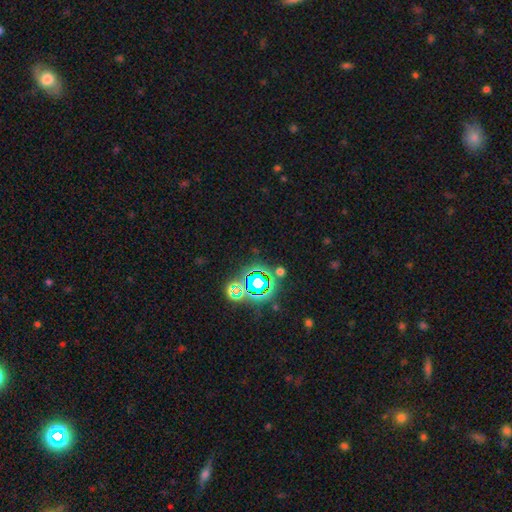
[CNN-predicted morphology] Smooth or featured? star or artifact (76%)